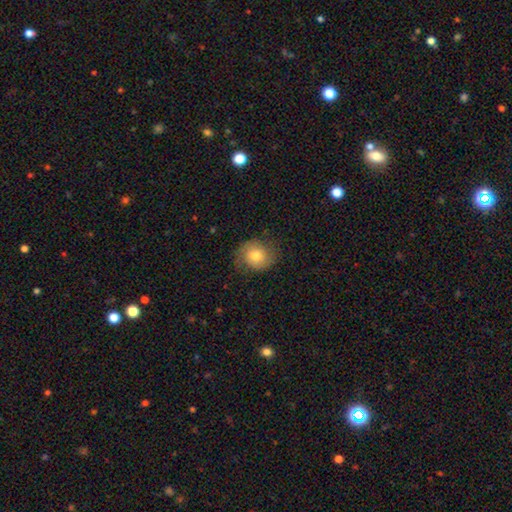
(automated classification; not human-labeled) A smooth galaxy with no disk features (67%) that is round (75%). Merging: none (71%).